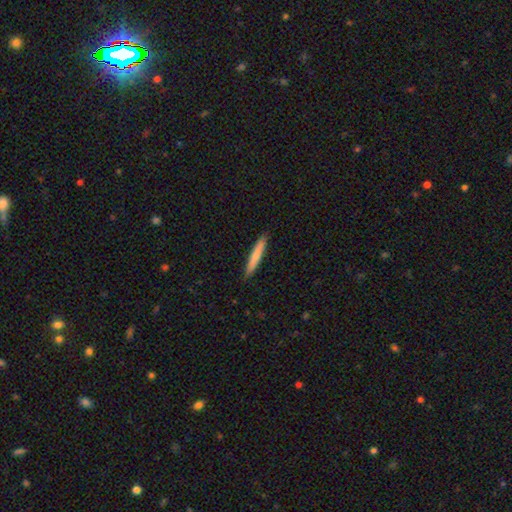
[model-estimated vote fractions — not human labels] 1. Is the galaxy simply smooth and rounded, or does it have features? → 75% smooth, 20% featured or disk, 5% star or artifact.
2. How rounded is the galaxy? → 95% cigar-shaped, 4% in between, 1% round.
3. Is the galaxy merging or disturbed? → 91% none, 7% minor disturbance, 1% major disturbance, 1% merger.